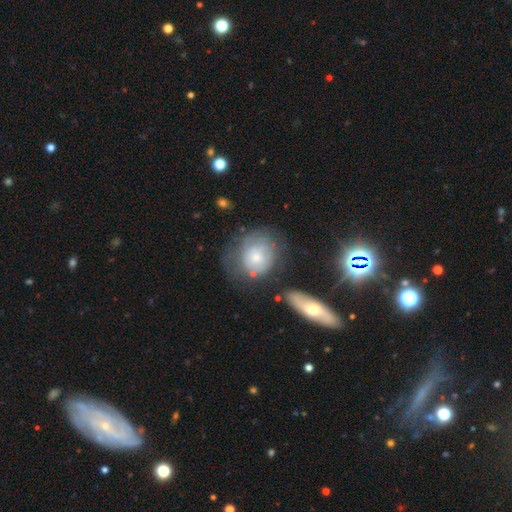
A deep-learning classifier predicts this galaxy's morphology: Smooth or featured? Predicted: smooth (p=0.55). How rounded? Predicted: round (p=0.66). Merging? Predicted: none (p=0.49).